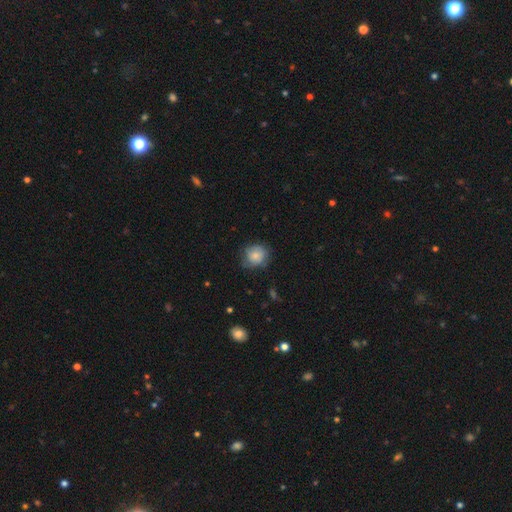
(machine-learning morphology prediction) smooth-or-featured: smooth: 72% | featured or disk: 20% | star or artifact: 8%
  how-rounded: round: 79% | in between: 20% | cigar-shaped: 1%
  merging: none: 66% | minor disturbance: 25% | major disturbance: 7% | merger: 1%